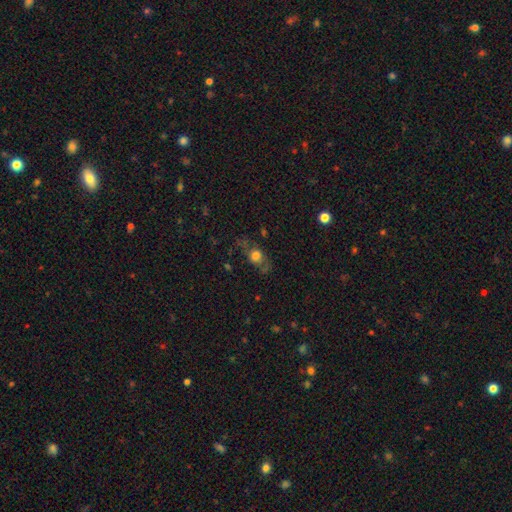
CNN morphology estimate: type=smooth (53%); roundness=in between (57%); merging=none (60%).